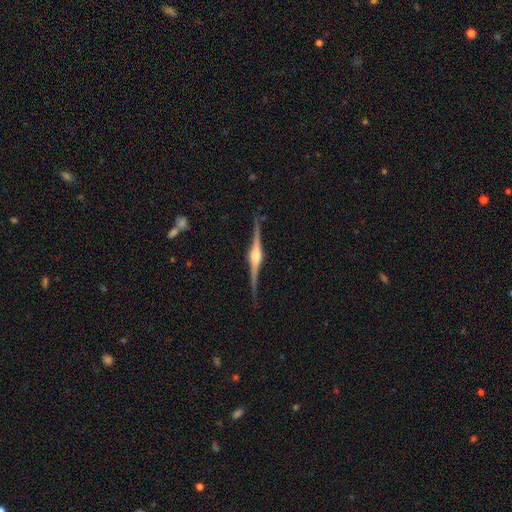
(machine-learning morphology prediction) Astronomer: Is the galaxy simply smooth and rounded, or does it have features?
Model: featured or disk — 88%.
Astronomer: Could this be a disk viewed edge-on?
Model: yes — 98%.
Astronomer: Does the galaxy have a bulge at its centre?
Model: rounded — 88%.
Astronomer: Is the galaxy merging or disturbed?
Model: none — 88%.